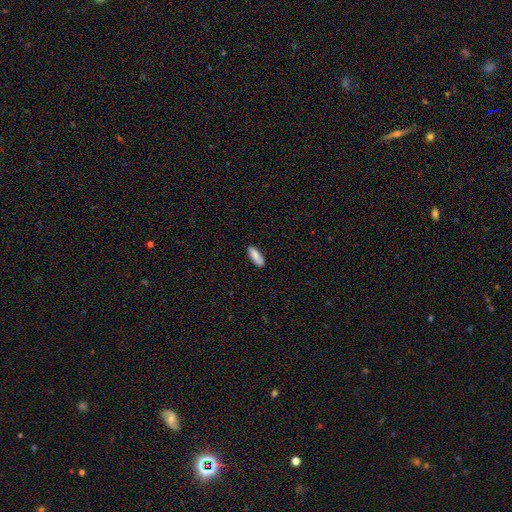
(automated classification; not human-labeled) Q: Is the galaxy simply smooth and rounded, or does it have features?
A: smooth — 84%.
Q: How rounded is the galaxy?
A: in between — 70%.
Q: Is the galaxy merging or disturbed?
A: none — 83%.